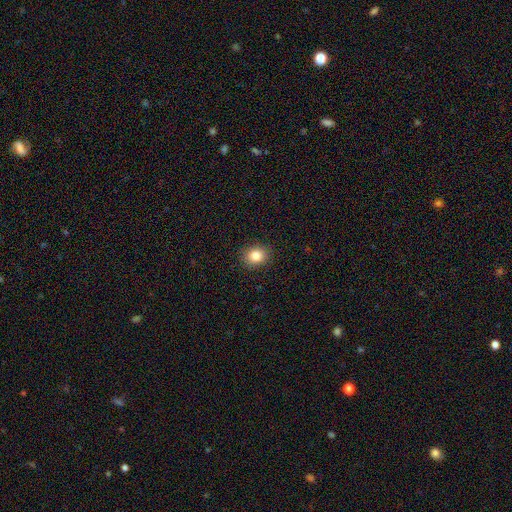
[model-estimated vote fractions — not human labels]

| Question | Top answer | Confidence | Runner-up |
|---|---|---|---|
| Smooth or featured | smooth | 84% | star or artifact (10%) |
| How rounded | round | 61% | in between (38%) |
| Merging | none | 89% | minor disturbance (8%) |